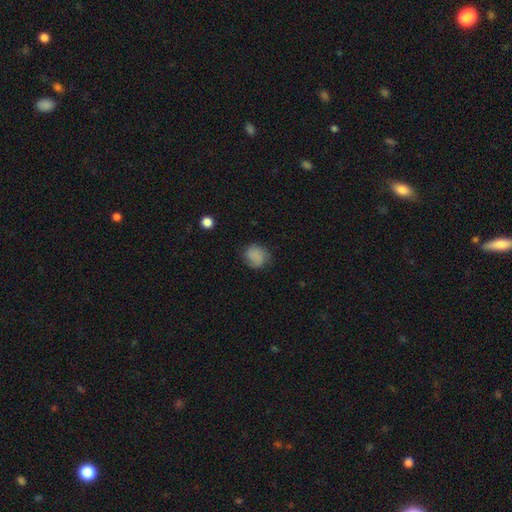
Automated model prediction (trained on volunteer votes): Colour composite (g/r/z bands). It shows a smooth galaxy with no disk features (80%) that is round (73%). Merging: none (72%).